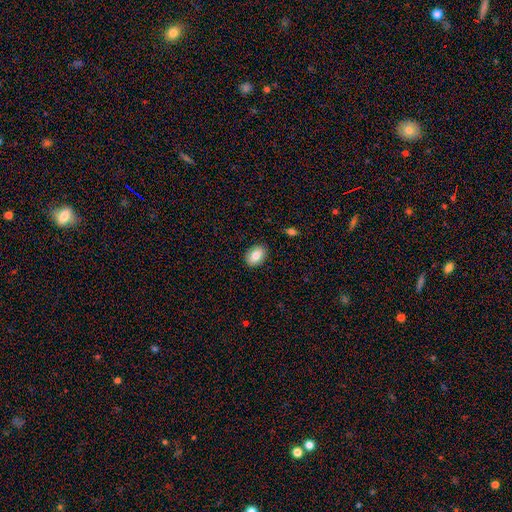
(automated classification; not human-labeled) A smooth galaxy with no disk features (80%) that is in between round and cigar-shaped (78%). Merging: none (88%).